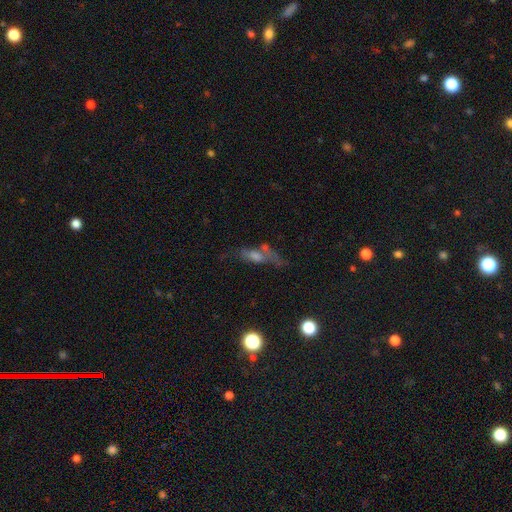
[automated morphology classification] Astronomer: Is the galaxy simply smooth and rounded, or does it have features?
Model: featured or disk — 40% (runner-up: smooth, 38%).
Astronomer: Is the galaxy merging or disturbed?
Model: none — 40% (runner-up: major disturbance, 24%).